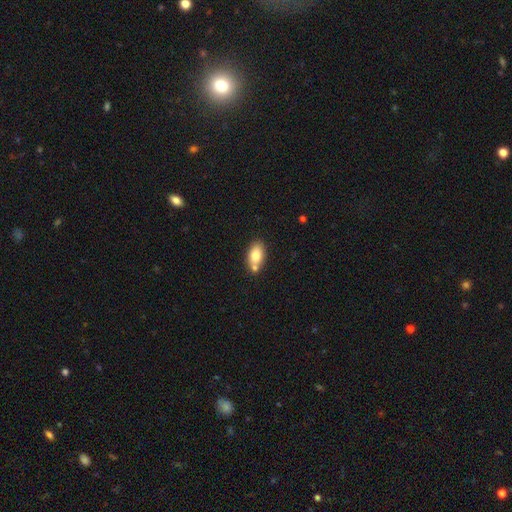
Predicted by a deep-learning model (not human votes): smooth_or_featured: smooth (p=0.78) [alt: featured or disk p=0.14]
how_rounded: in between (p=0.90) [alt: round p=0.07]
merging: none (p=0.62) [alt: merger p=0.21]